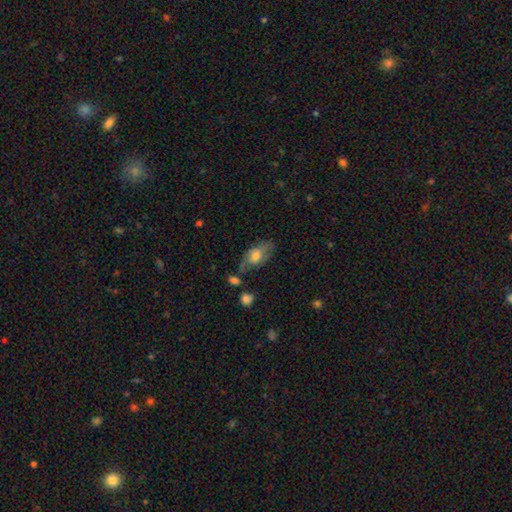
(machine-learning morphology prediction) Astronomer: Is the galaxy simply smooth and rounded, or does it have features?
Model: smooth — 55% (runner-up: featured or disk, 38%).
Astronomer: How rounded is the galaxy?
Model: in between — 89%.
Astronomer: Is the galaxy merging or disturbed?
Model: none — 52% (runner-up: minor disturbance, 27%).